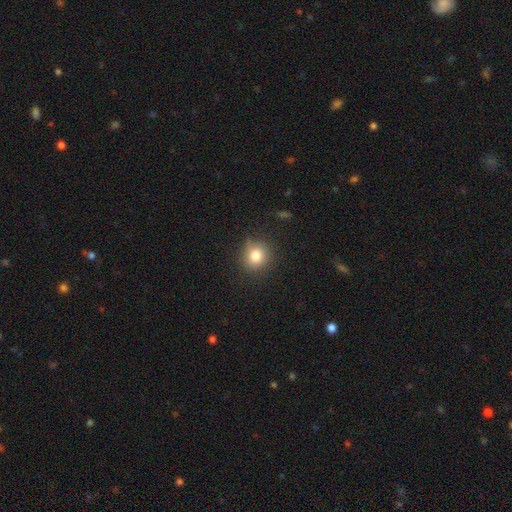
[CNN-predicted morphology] Smooth or featured?
  - smooth: 81% *
  - star or artifact: 12%
  - featured or disk: 7%
How rounded?
  - round: 88% *
  - in between: 11%
  - cigar-shaped: 1%
Merging?
  - none: 81% *
  - minor disturbance: 14%
  - major disturbance: 3%
  - merger: 1%